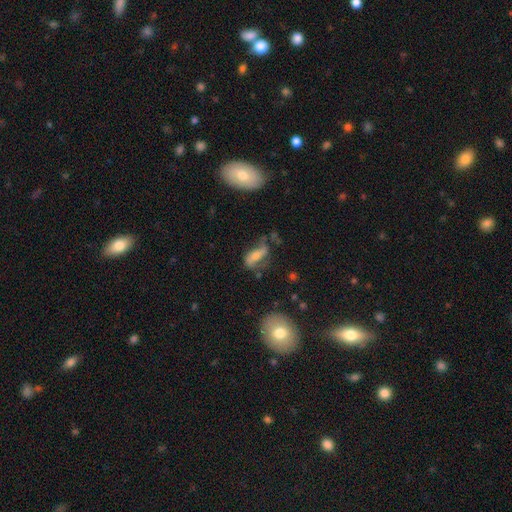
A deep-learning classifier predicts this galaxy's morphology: smooth-or-featured: featured or disk: 52% | smooth: 39% | star or artifact: 10%
  disk-edge-on: no: 80% | yes: 20%
  merging: none: 43% | minor disturbance: 26% | major disturbance: 25% | merger: 7%